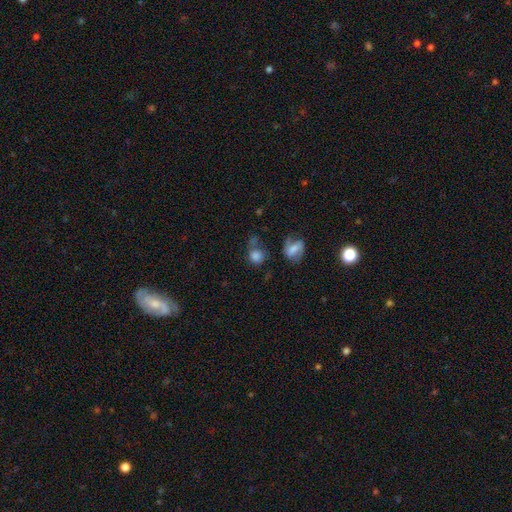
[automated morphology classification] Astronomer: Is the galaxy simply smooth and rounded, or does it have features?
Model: smooth — 77%.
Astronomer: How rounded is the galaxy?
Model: round — 73%.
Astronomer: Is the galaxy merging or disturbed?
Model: none — 50%.